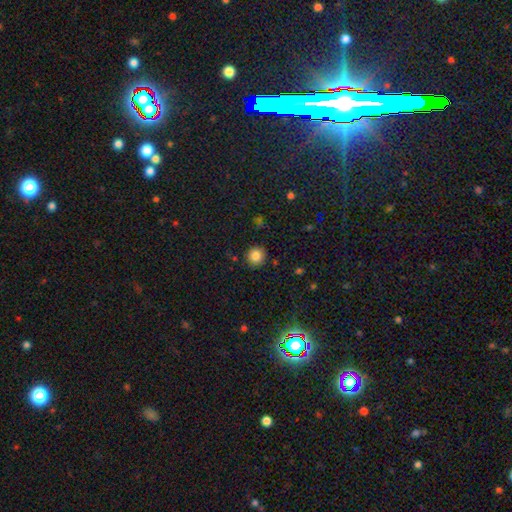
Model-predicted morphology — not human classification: This appears to be a smooth galaxy with no disk features (83%) that is round (93%). Merging: none (90%).